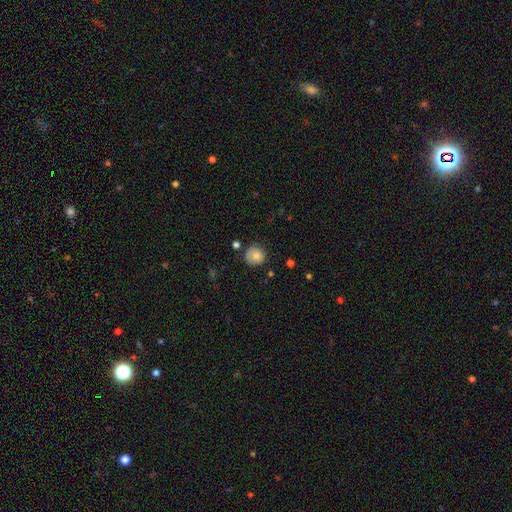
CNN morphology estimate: type=smooth (76%); roundness=round (92%); merging=none (80%).